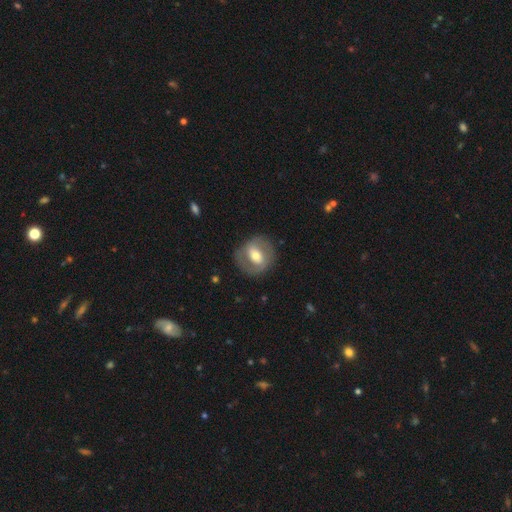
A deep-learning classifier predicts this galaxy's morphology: A featured or disk galaxy (59%) with a weak bar (40%), spiral arms (55%) and a moderate central bulge (67%).

Vote fractions:
- Smooth or featured? featured or disk: 59% / smooth: 35% / star or artifact: 6%
- Edge-on disk? no: 95% / yes: 5%
- Bar? weak: 40% / strong: 35% / no: 24%
- Spiral arms? yes: 55% / no: 45%
- Bulge size? moderate: 67% / small: 19% / large: 11% / dominant: 1% / none: 1%
- Merging? none: 79% / minor disturbance: 12% / major disturbance: 7% / merger: 1%